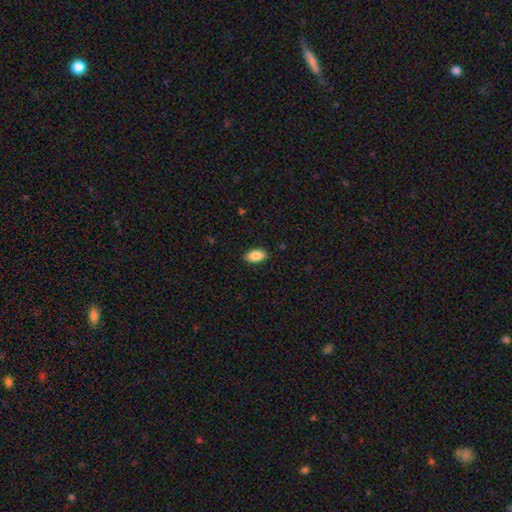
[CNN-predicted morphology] A smooth galaxy with no disk features (87%) that is in between round and cigar-shaped (93%). Merging: none (87%).